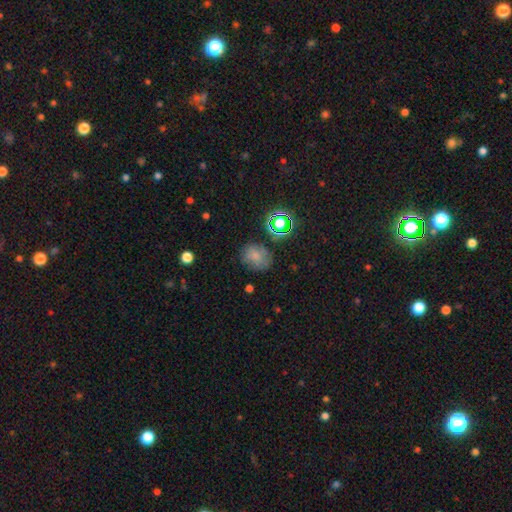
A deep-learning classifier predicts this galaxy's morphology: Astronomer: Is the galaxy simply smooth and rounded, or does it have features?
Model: smooth — 68%.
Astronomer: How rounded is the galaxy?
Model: round — 63%.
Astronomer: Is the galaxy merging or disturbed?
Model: none — 67%.